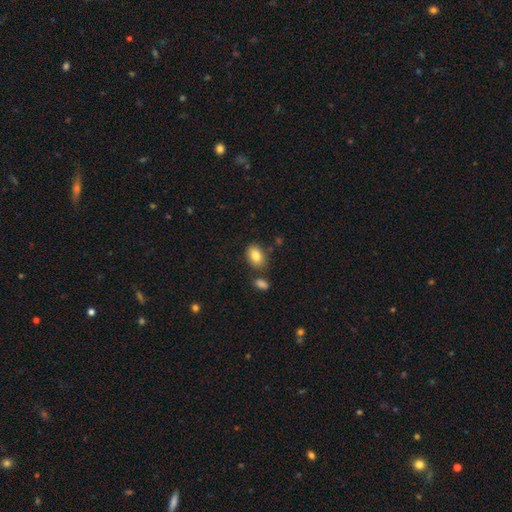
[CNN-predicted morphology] Smooth or featured? smooth (84%)
How rounded? in between (85%)
Merging? none (75%)